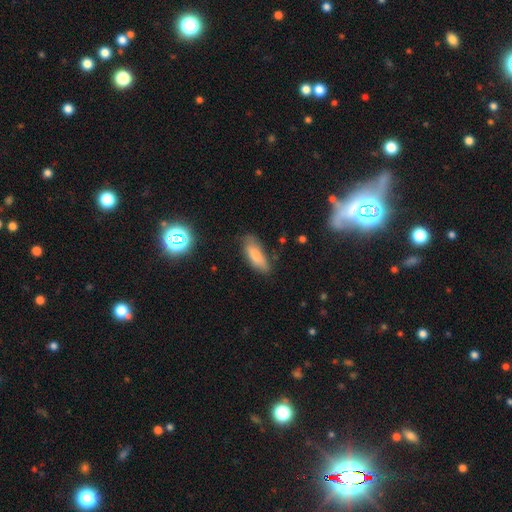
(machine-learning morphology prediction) Smooth or featured: smooth — 79% (featured or disk — 13%)
How rounded: in between — 69% (cigar-shaped — 29%)
Merging: none — 69% (minor disturbance — 23%)